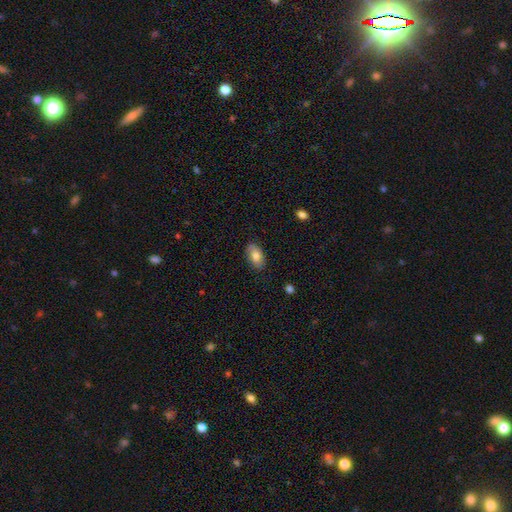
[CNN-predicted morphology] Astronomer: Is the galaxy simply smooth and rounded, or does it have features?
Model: smooth — 80%.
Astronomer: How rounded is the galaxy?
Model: in between — 93%.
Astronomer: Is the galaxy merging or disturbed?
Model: none — 81%.